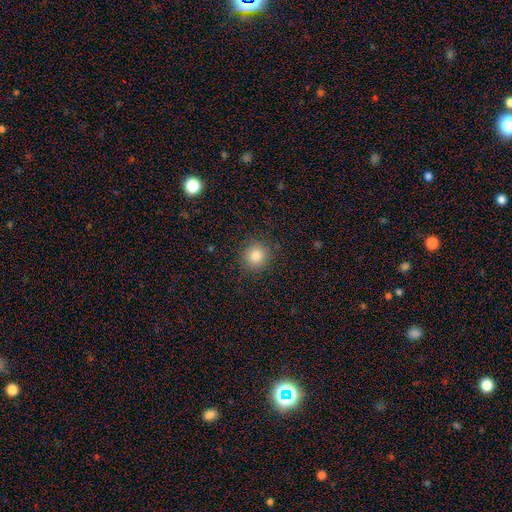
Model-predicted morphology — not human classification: smooth-or-featured: smooth: 82% | star or artifact: 12% | featured or disk: 6%
  how-rounded: round: 91% | in between: 8% | cigar-shaped: 1%
  merging: none: 88% | minor disturbance: 8% | major disturbance: 3% | merger: 1%